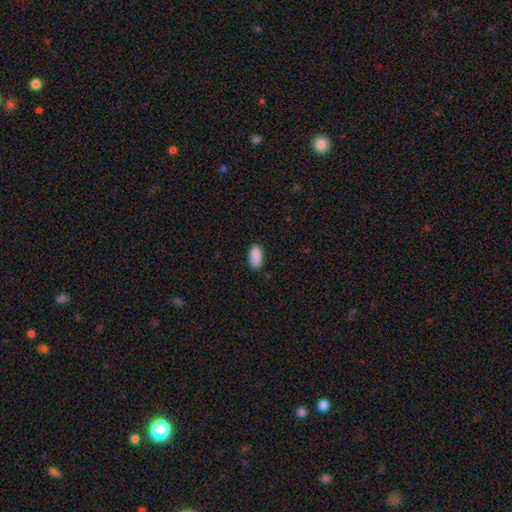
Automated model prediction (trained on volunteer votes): smooth-or-featured: smooth: 89% | star or artifact: 7% | featured or disk: 4%
  how-rounded: in between: 92% | cigar-shaped: 6% | round: 2%
  merging: none: 82% | minor disturbance: 14% | major disturbance: 2% | merger: 1%